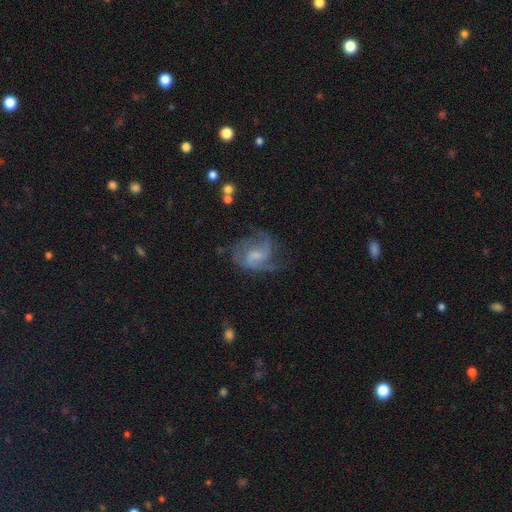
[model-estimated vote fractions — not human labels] Smooth or featured? Predicted: featured or disk (p=0.81). Edge-on disk? Predicted: no (p=0.98). Bar? Predicted: weak (p=0.51). Spiral arms? Predicted: yes (p=0.94). Spiral winding? Predicted: medium (p=0.51). Spiral arm count? Predicted: 2 (p=0.42). Bulge size? Predicted: small (p=0.42). Merging? Predicted: none (p=0.56).